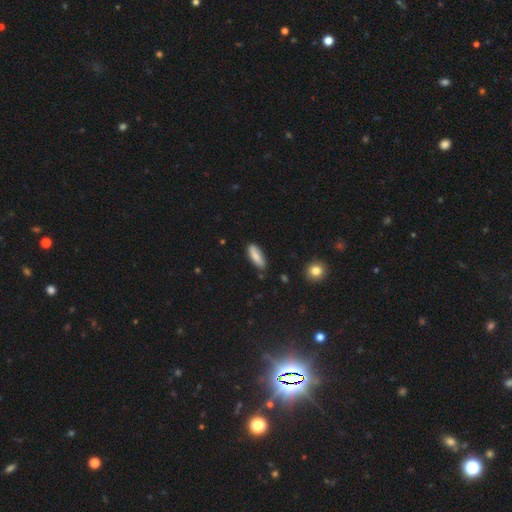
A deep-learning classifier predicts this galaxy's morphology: smooth-or-featured: smooth: 82% | featured or disk: 12% | star or artifact: 6%
  how-rounded: in between: 57% | cigar-shaped: 41% | round: 2%
  merging: none: 79% | minor disturbance: 16% | major disturbance: 3% | merger: 2%